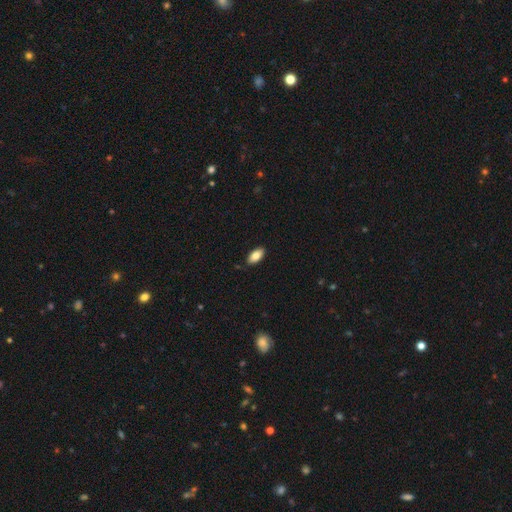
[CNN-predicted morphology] The model was most divided on "smooth or featured": smooth: 85%, featured or disk: 8%, star or artifact: 7%. More confident: how rounded — in between (93%); merging — none (87%).